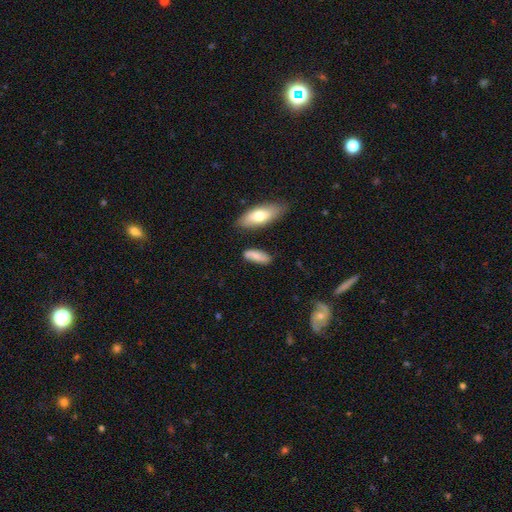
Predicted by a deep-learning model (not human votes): smooth-or-featured: smooth: 79% | featured or disk: 14% | star or artifact: 7%
  how-rounded: in between: 68% | cigar-shaped: 29% | round: 3%
  merging: none: 76% | minor disturbance: 15% | merger: 5% | major disturbance: 4%